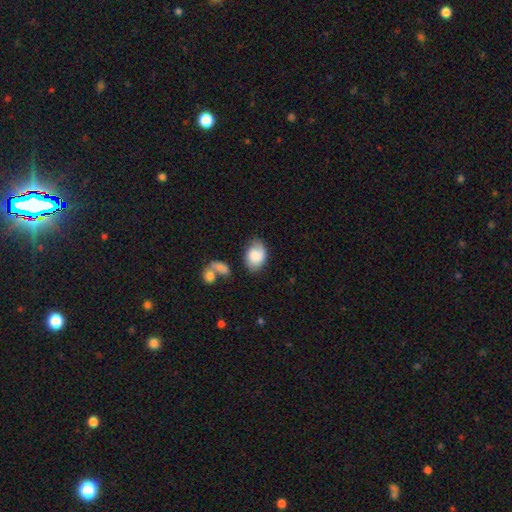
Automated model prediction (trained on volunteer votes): Smooth or featured? Predicted: smooth (p=0.68). How rounded? Predicted: in between (p=0.81). Merging? Predicted: none (p=0.58).